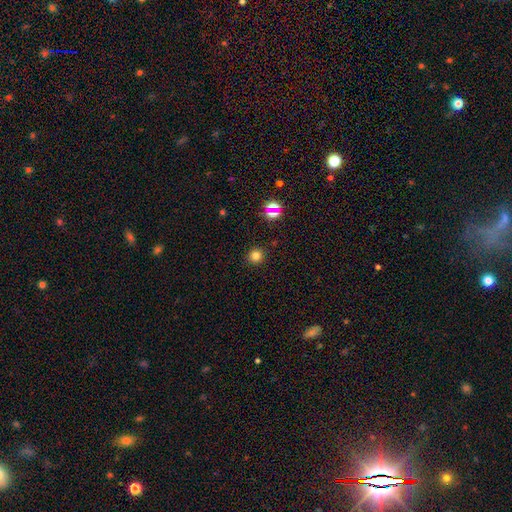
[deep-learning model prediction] This is likely a smooth galaxy (77%). How rounded: clearly round (92%). Merging: clearly none (90%).